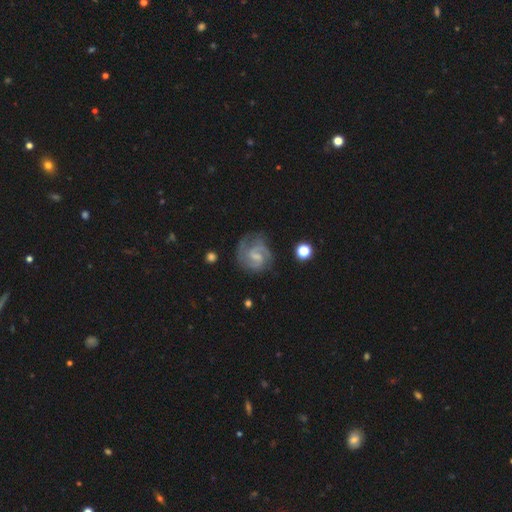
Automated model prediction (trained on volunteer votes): This appears to be a featured or disk galaxy (86%) with a weak bar (59%), 2 (73%) medium (51%) spiral arms (97%) and a small central bulge (44%). Merging: none (66%).